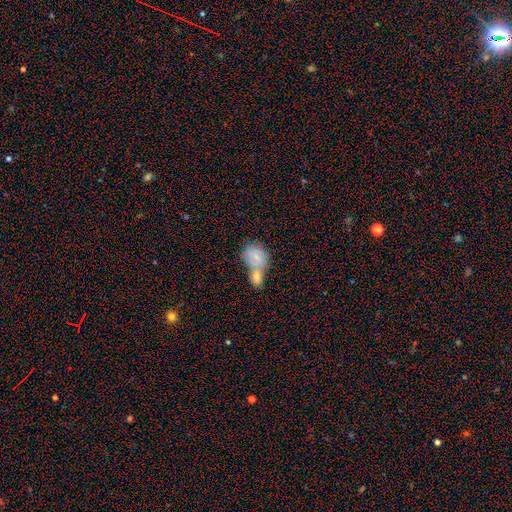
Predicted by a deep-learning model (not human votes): A smooth galaxy with no disk features (68%) that is in between round and cigar-shaped (61%).

Vote fractions:
- Smooth or featured? smooth: 68% / featured or disk: 22% / star or artifact: 11%
- How rounded? in between: 61% / round: 37% / cigar-shaped: 2%
- Merging? merger: 64% / none: 23% / minor disturbance: 9% / major disturbance: 5%